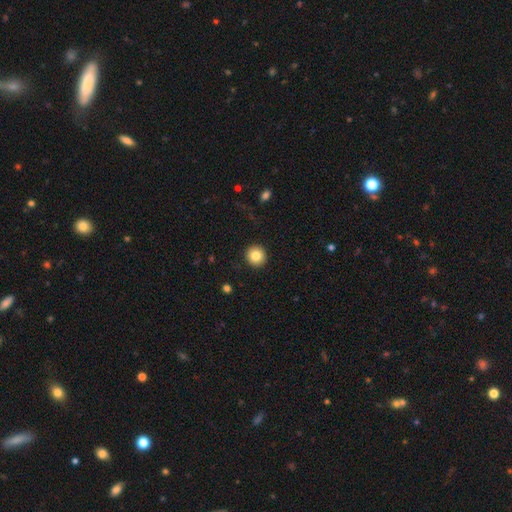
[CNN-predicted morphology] Overall: smooth (83%). How rounded: round (94%). Merging: none (93%).